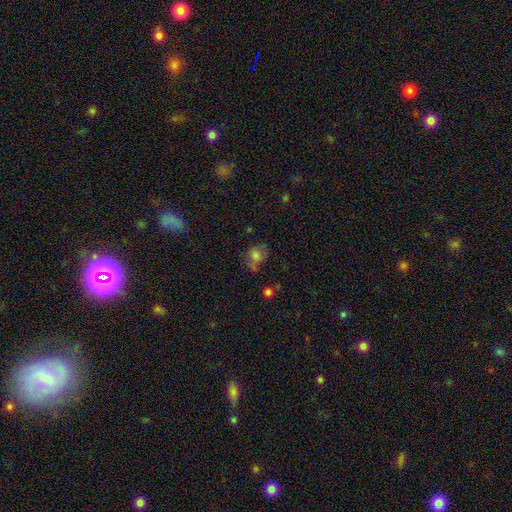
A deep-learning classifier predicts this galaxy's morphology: A smooth galaxy with no disk features (71%) that is round (51%). Merging: none (49%).